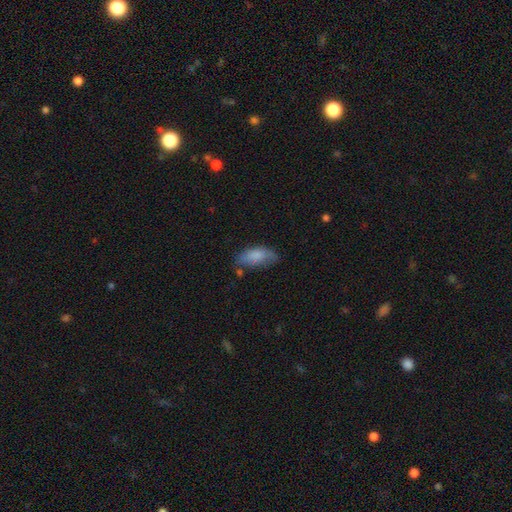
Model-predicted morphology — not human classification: The model was most divided on "merging": none: 53%, minor disturbance: 31%, major disturbance: 11%, merger: 5%. More confident: how rounded — in between (82%); smooth or featured — smooth (79%).